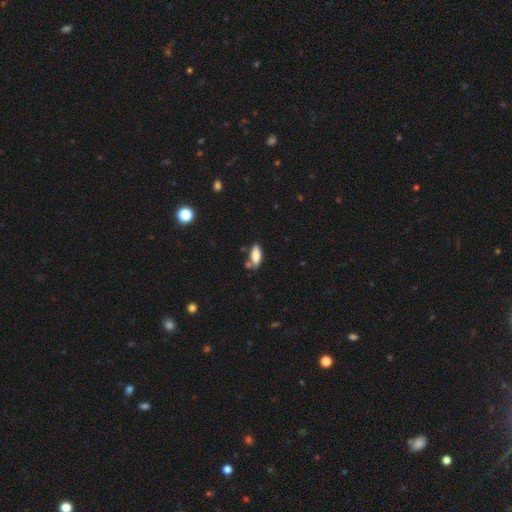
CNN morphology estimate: Smooth or featured?
  - smooth: 79% *
  - featured or disk: 14%
  - star or artifact: 7%
How rounded?
  - in between: 76% *
  - cigar-shaped: 22%
  - round: 2%
Merging?
  - none: 66% *
  - minor disturbance: 18%
  - merger: 12%
  - major disturbance: 4%